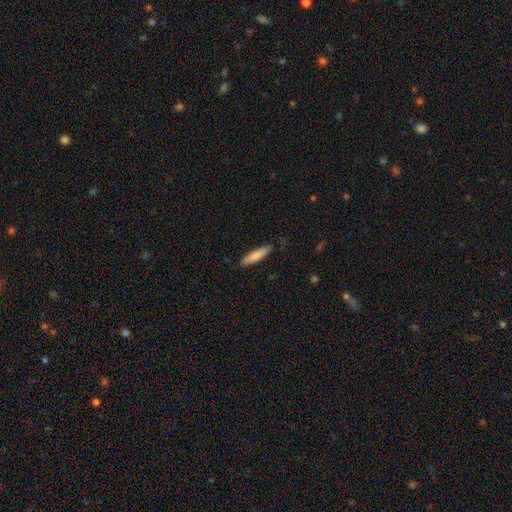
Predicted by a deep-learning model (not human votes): smooth 77%, featured or disk 17%, star or artifact 5%. Down the decision tree: how rounded — cigar-shaped (85%); merging — none (86%).